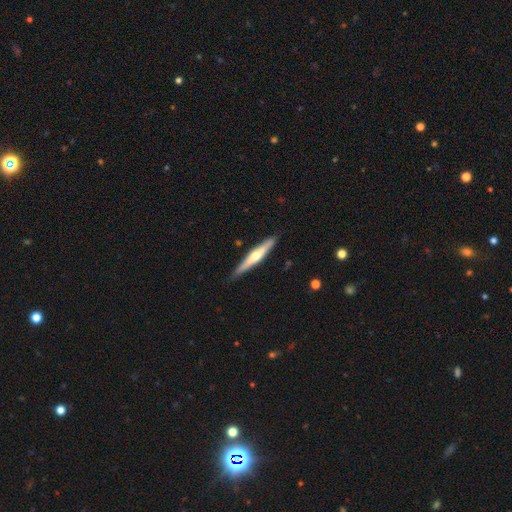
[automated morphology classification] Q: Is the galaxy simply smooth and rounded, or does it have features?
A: featured or disk — 60%.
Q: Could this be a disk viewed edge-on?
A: yes — 96%.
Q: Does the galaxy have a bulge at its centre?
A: rounded — 86%.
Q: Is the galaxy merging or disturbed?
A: none — 88%.